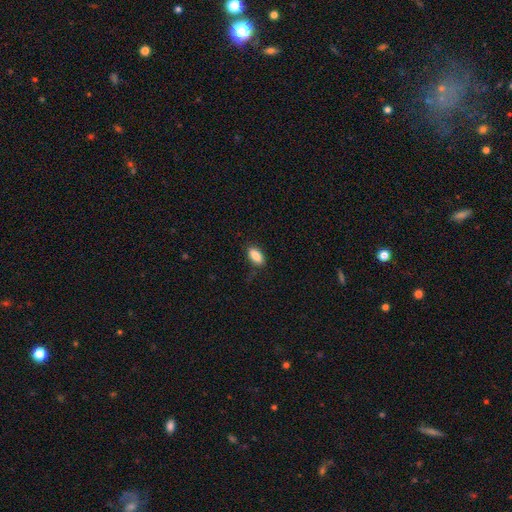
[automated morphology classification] This is clearly a smooth galaxy (87%). How rounded: clearly in between (87%). Merging: likely none (79%).